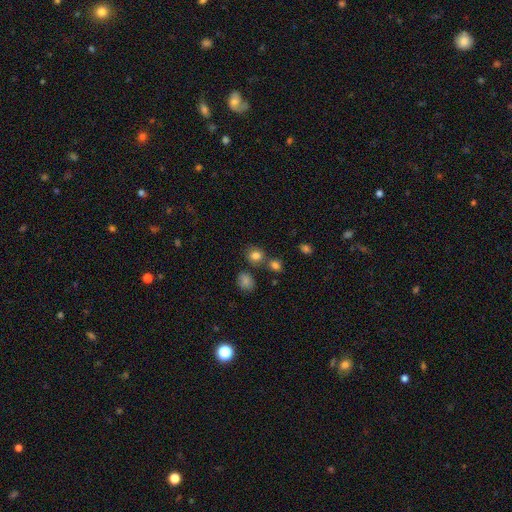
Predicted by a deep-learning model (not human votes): Smooth or featured? smooth (82%)
How rounded? round (70%)
Merging? none (66%)